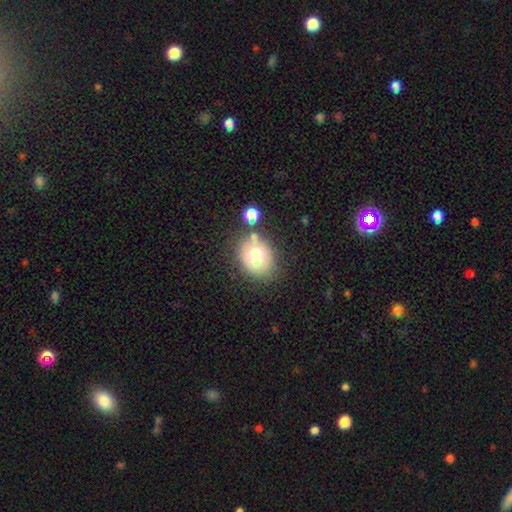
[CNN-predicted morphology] Q: Smooth or featured?
A: smooth (68%); runner-up: featured or disk (22%)
Q: How rounded?
A: round (59%); runner-up: in between (40%)
Q: Merging?
A: none (66%); runner-up: minor disturbance (16%)